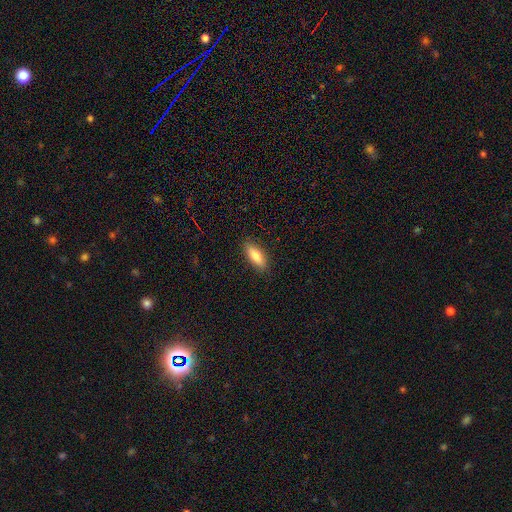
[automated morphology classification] Smooth or featured? smooth (77%)
How rounded? in between (63%)
Merging? none (88%)